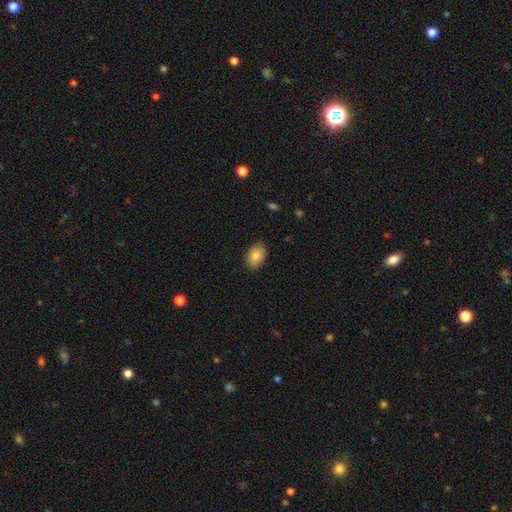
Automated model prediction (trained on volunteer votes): A smooth galaxy with no disk features (84%) that is in between round and cigar-shaped (88%). Merging: none (86%).